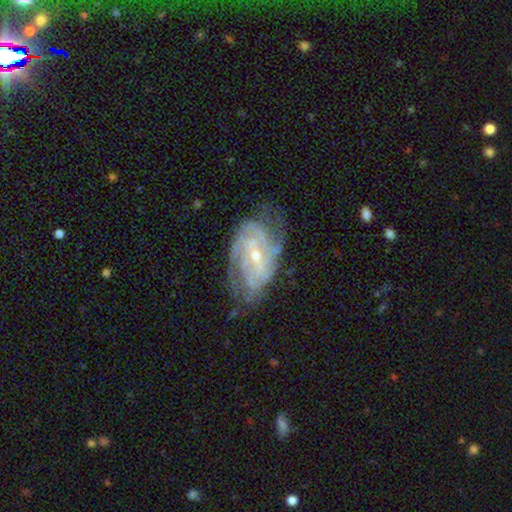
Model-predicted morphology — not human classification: A featured or disk galaxy (88%) with a weak bar (43%), 2 (28%) tight (55%) spiral arms (96%) and a small central bulge (62%).

Vote fractions:
- Smooth or featured? featured or disk: 88% / smooth: 7% / star or artifact: 5%
- Edge-on disk? no: 96% / yes: 4%
- Bar? weak: 43% / no: 33% / strong: 24%
- Spiral arms? yes: 96% / no: 4%
- Spiral winding? tight: 55% / medium: 36% / loose: 9%
- Spiral arm count? 2: 28% / 3: 25% / can't tell: 24% / 4: 14% / more than 4: 5% / 1: 5%
- Bulge size? small: 62% / moderate: 35% / large: 1% / none: 1% / dominant: 1%
- Merging? none: 66% / minor disturbance: 22% / major disturbance: 10% / merger: 2%